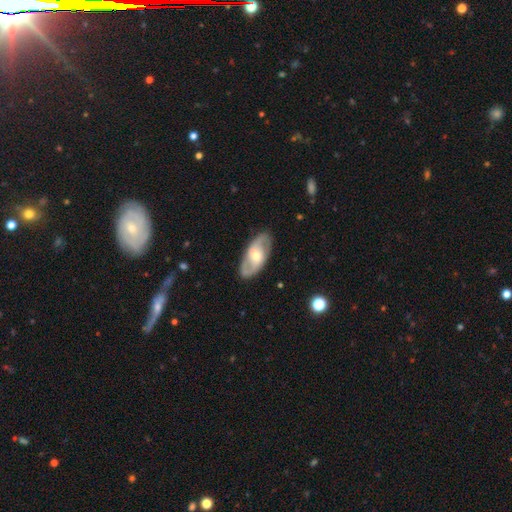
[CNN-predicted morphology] Overall: featured or disk (71%). Edge-on disk: no (91%). Bar: no (54%; weak 34%). Spiral arms: yes (76%). Bulge size: moderate (57%; small 36%). Merging: none (84%).